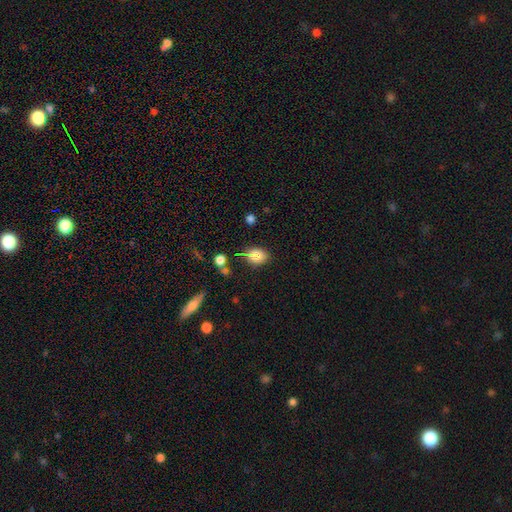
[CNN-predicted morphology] smooth_or_featured: smooth (p=0.73) [alt: star or artifact p=0.14]
how_rounded: in between (p=0.65) [alt: round p=0.33]
merging: none (p=0.63) [alt: minor disturbance p=0.23]